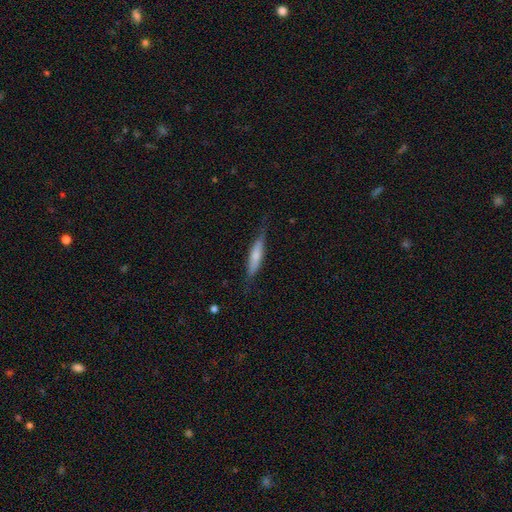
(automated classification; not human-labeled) This is possibly a smooth galaxy (60%). How rounded: clearly cigar-shaped (81%). Merging: likely none (75%).